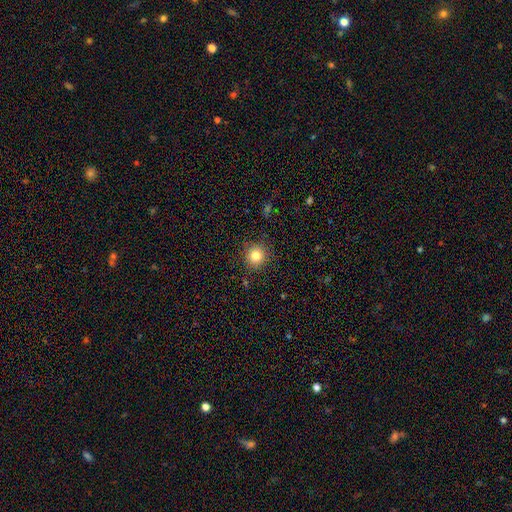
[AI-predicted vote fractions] smooth 82%, star or artifact 12%, featured or disk 6%. Down the decision tree: how rounded — round (93%); merging — none (89%).